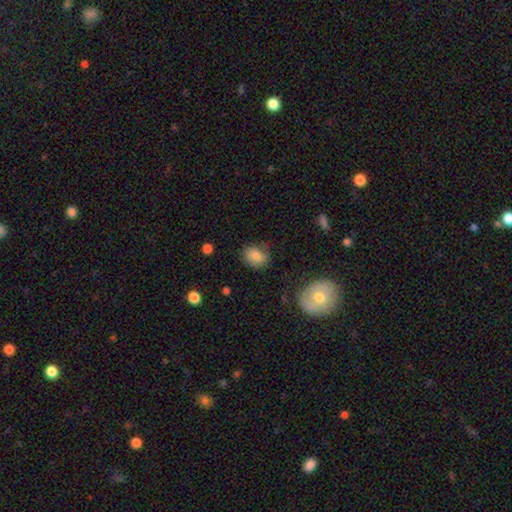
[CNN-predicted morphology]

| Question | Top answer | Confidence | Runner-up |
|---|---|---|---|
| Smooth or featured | smooth | 80% | featured or disk (10%) |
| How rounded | round | 54% | in between (45%) |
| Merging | none | 70% | minor disturbance (21%) |